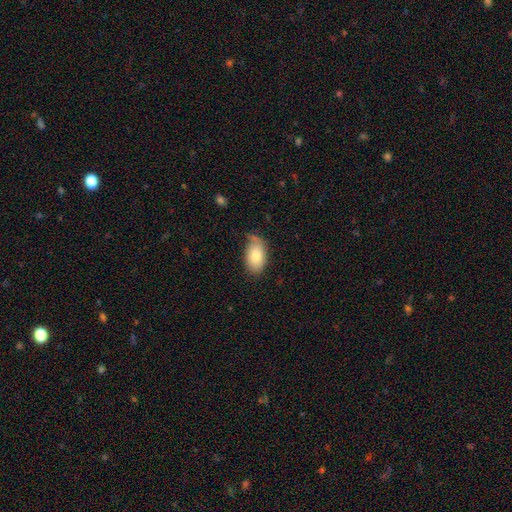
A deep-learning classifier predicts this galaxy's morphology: This appears to be a smooth galaxy with no disk features (79%) that is in between round and cigar-shaped (93%). Merging: none (60%).